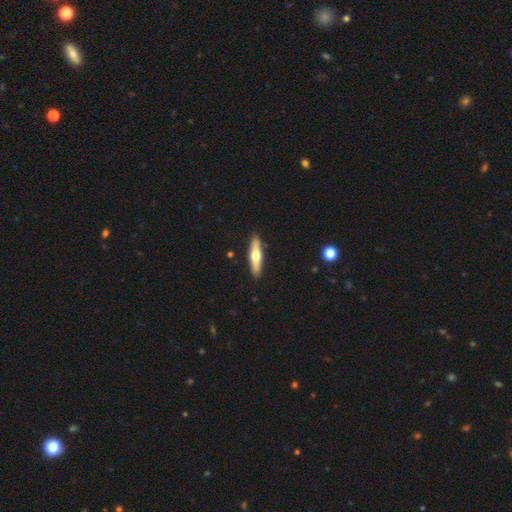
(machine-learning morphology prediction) Overall: featured or disk (48%; smooth 46%). Merging: none (90%).